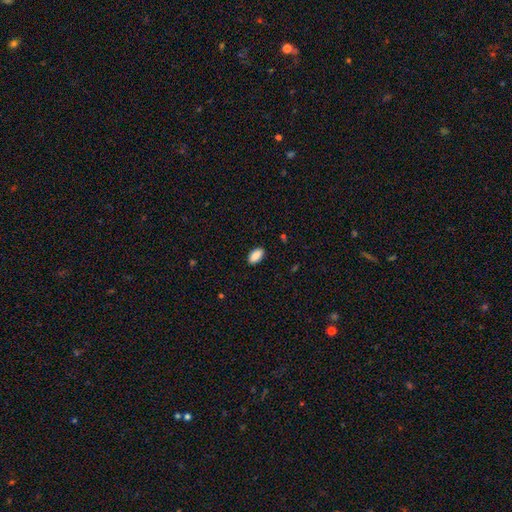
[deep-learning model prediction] smooth 90%, star or artifact 7%, featured or disk 3%. Down the decision tree: how rounded — in between (94%); merging — none (89%).